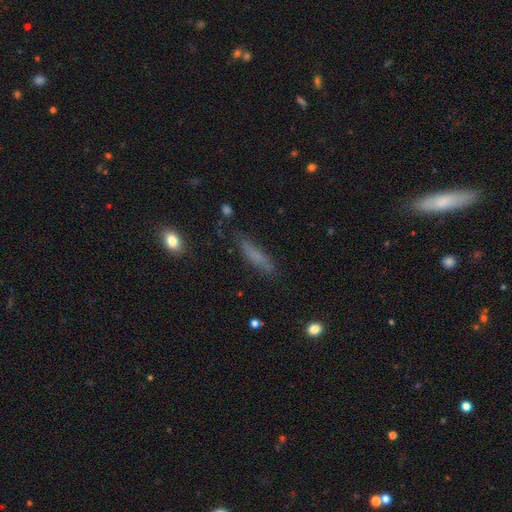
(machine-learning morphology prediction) This is likely a smooth galaxy (65%). How rounded: clearly cigar-shaped (81%). Merging: likely none (75%).